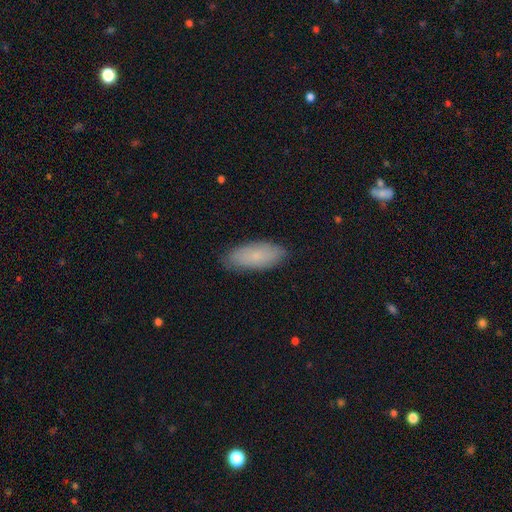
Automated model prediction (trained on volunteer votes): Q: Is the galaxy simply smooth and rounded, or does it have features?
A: smooth — 76%.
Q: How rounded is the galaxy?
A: in between — 82%.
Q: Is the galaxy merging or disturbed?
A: none — 85%.